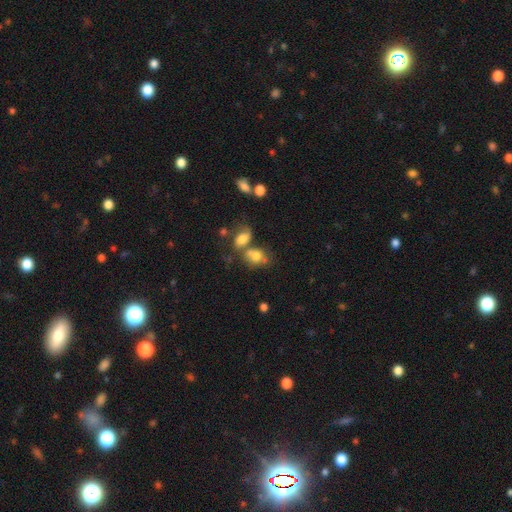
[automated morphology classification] smooth_or_featured: smooth (p=0.69) [alt: featured or disk p=0.19]
how_rounded: in between (p=0.65) [alt: round p=0.33]
merging: merger (p=0.48) [alt: none p=0.29]